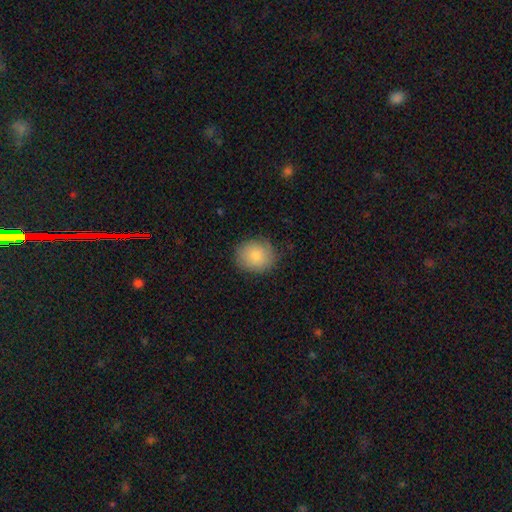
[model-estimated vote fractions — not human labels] Overall: smooth (83%). How rounded: round (70%). Merging: none (82%).